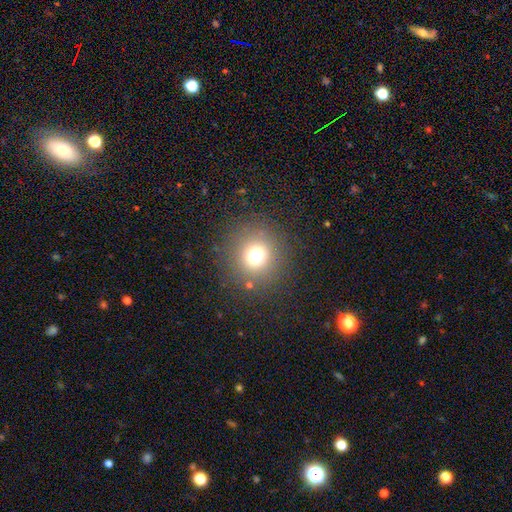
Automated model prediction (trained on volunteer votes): Smooth or featured? Predicted: smooth (p=0.71). How rounded? Predicted: round (p=0.94). Merging? Predicted: none (p=0.87).